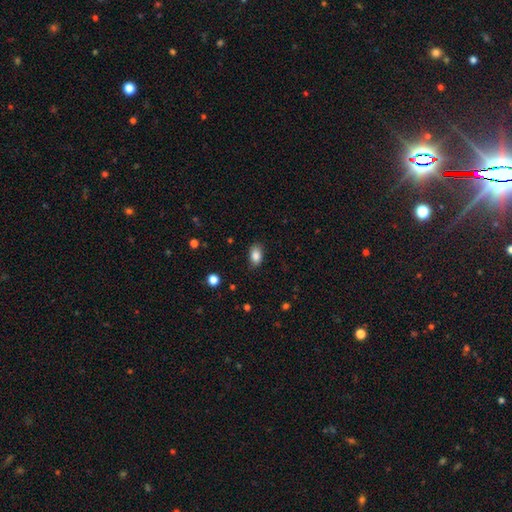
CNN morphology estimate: Smooth or featured: smooth — 86% (star or artifact — 9%)
How rounded: in between — 87% (round — 11%)
Merging: none — 84% (minor disturbance — 12%)